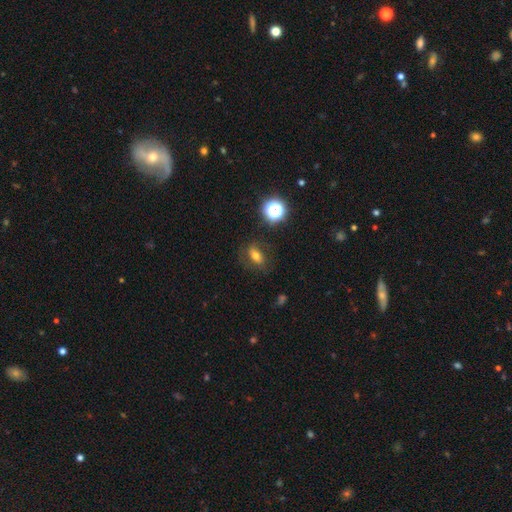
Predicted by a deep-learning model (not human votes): smooth-or-featured: smooth: 58% | featured or disk: 24% | star or artifact: 18%
  how-rounded: in between: 73% | round: 20% | cigar-shaped: 7%
  merging: none: 74% | minor disturbance: 16% | major disturbance: 8% | merger: 2%